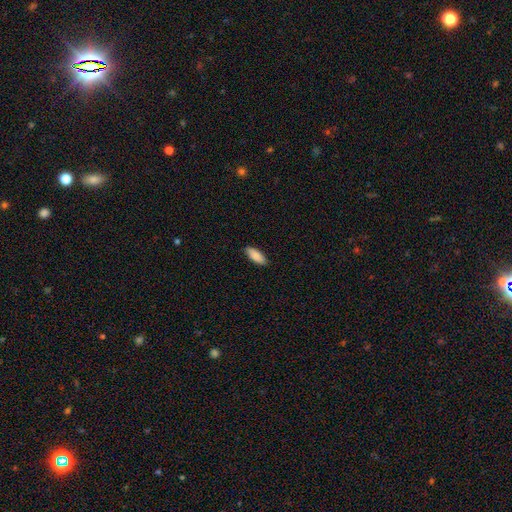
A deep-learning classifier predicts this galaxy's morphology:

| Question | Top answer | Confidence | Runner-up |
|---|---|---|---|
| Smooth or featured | smooth | 89% | star or artifact (6%) |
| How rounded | in between | 78% | cigar-shaped (21%) |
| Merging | none | 87% | minor disturbance (10%) |